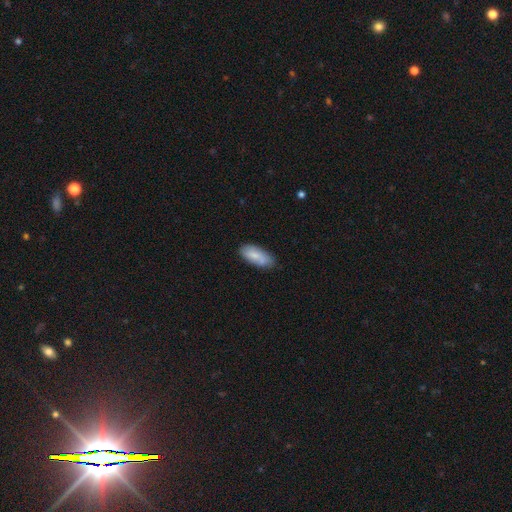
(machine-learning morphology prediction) Overall: smooth (77%). How rounded: in between (85%). Merging: none (71%).